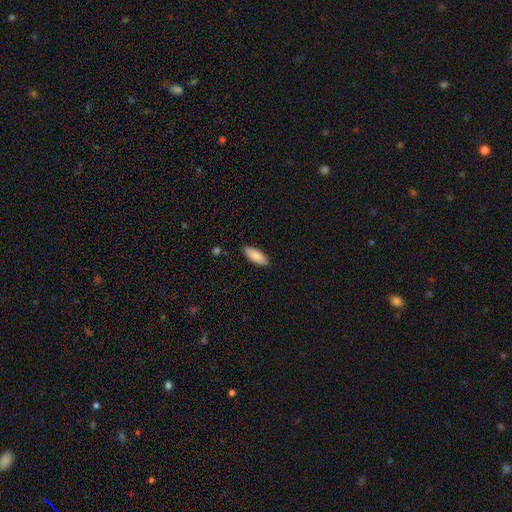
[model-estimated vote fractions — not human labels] Smooth or featured? smooth (88%)
How rounded? in between (74%)
Merging? none (89%)